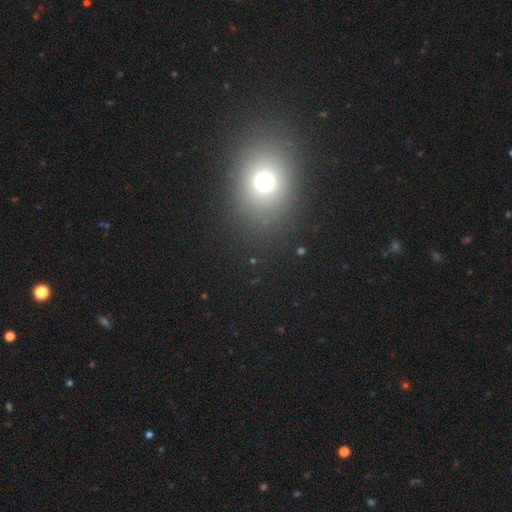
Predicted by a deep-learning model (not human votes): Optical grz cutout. It shows a smooth galaxy with no disk features (67%) that is in between round and cigar-shaped (54%). Merging: none (91%).